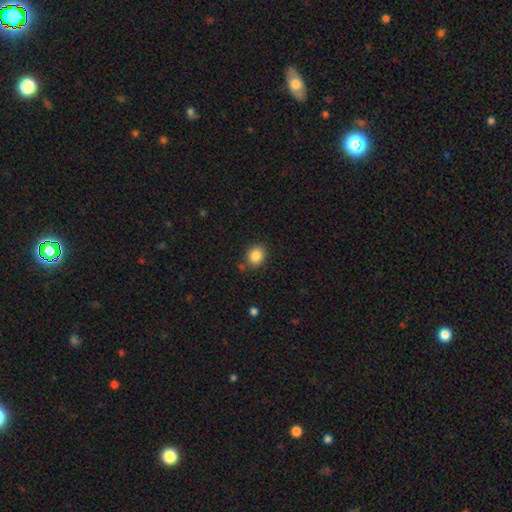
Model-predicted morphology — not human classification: Smooth or featured? smooth (86%)
How rounded? round (60%)
Merging? none (83%)